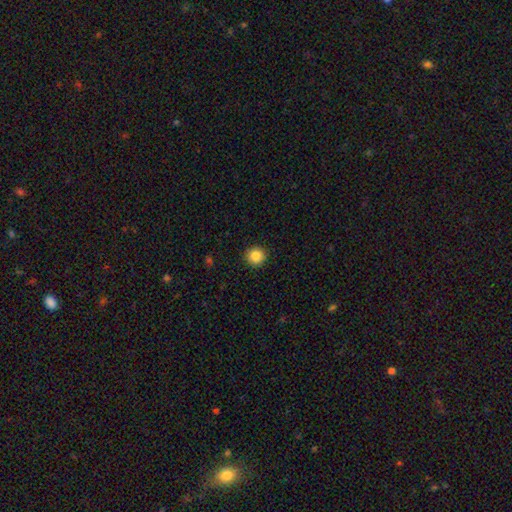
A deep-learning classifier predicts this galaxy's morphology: This appears to be a smooth galaxy with no disk features (86%) that is round (94%). Merging: none (92%).